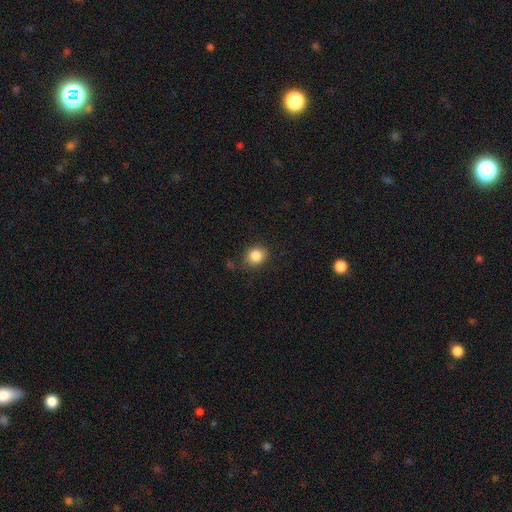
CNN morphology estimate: smooth-or-featured: smooth: 86% | star or artifact: 10% | featured or disk: 5%
  how-rounded: round: 67% | in between: 32% | cigar-shaped: 1%
  merging: none: 84% | minor disturbance: 11% | major disturbance: 3% | merger: 2%